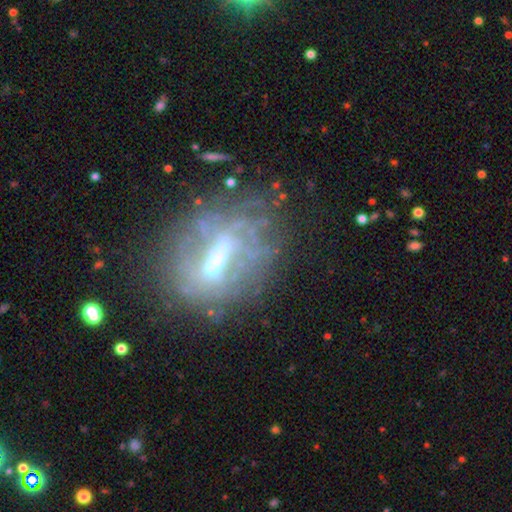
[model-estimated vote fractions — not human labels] Smooth or featured?
  - featured or disk: 67% *
  - smooth: 19%
  - star or artifact: 14%
Edge-on disk?
  - no: 88% *
  - yes: 12%
Bar?
  - strong: 44% *
  - weak: 36%
  - no: 20%
Spiral arms?
  - no: 57% *
  - yes: 43%
Bulge size?
  - moderate: 43% *
  - small: 30%
  - none: 17%
  - large: 8%
  - dominant: 2%
Merging?
  - none: 56% *
  - minor disturbance: 21%
  - major disturbance: 18%
  - merger: 4%